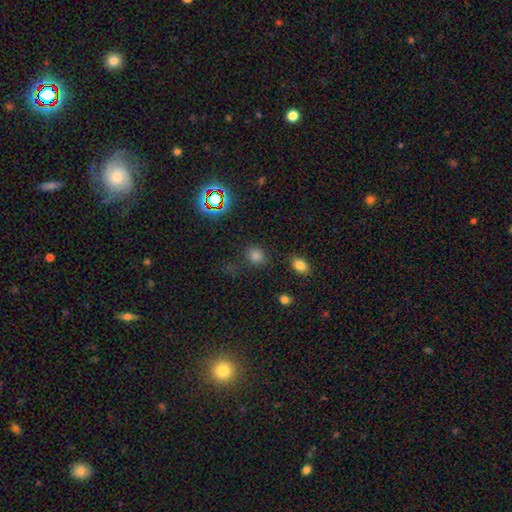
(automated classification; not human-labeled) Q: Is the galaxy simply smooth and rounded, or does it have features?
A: smooth — 71%.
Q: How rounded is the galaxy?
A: round — 63%.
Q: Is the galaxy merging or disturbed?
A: none — 78%.